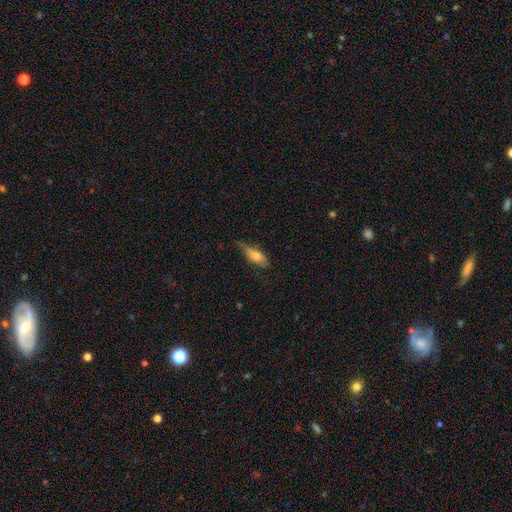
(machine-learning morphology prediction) Smooth or featured: smooth — 65% (featured or disk — 28%)
How rounded: in between — 71% (cigar-shaped — 25%)
Merging: none — 49% (minor disturbance — 36%)